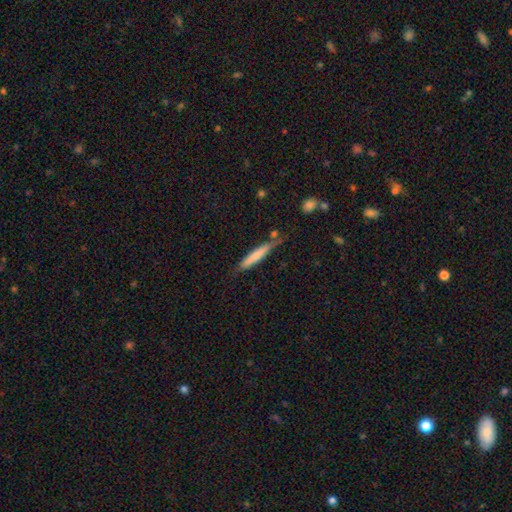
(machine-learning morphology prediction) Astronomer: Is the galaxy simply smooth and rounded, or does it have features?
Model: smooth — 68%.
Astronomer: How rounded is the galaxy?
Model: cigar-shaped — 92%.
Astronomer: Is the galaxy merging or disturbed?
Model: none — 71%.